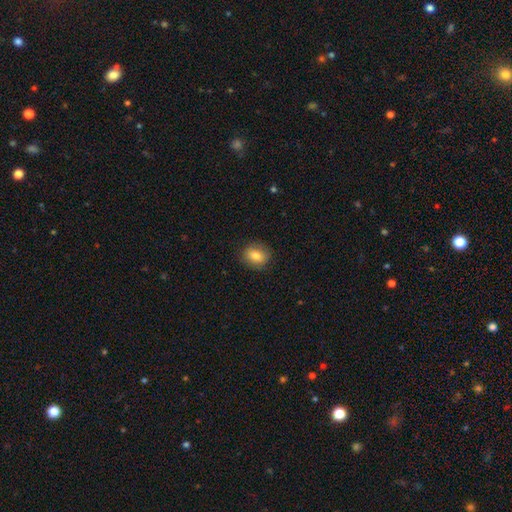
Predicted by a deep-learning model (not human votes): smooth_or_featured: smooth (p=0.79) [alt: featured or disk p=0.12]
how_rounded: round (p=0.52) [alt: in between p=0.47]
merging: none (p=0.84) [alt: minor disturbance p=0.11]